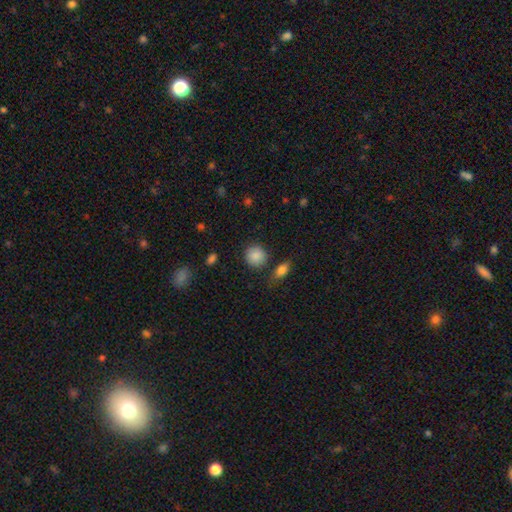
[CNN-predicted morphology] smooth-or-featured: smooth: 87% | star or artifact: 8% | featured or disk: 5%
  how-rounded: round: 87% | in between: 12% | cigar-shaped: 1%
  merging: none: 82% | minor disturbance: 10% | merger: 4% | major disturbance: 3%